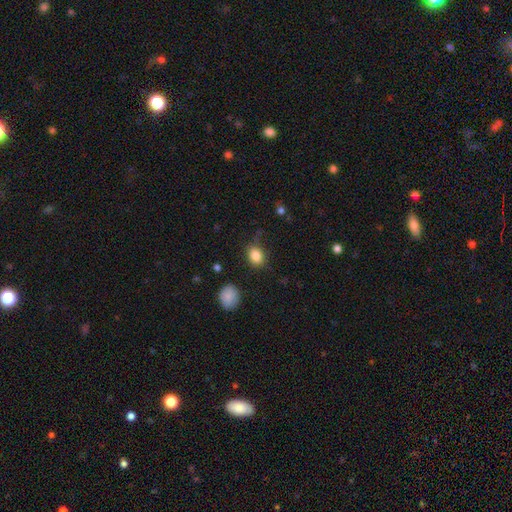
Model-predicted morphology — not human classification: A smooth galaxy with no disk features (85%) that is in between round and cigar-shaped (58%). Merging: none (78%).